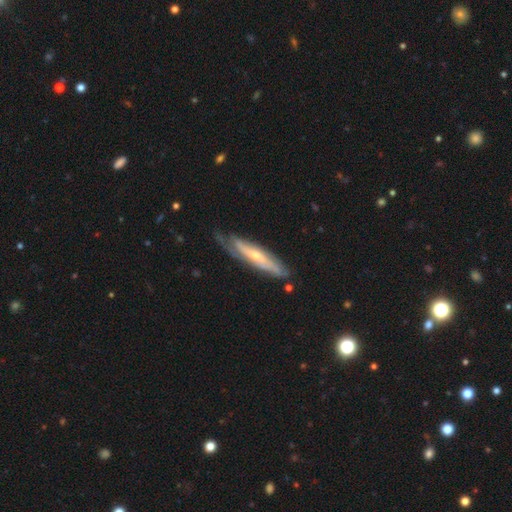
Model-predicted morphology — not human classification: A featured or disk galaxy (69%) viewed edge-on (53%). Merging: none (64%).